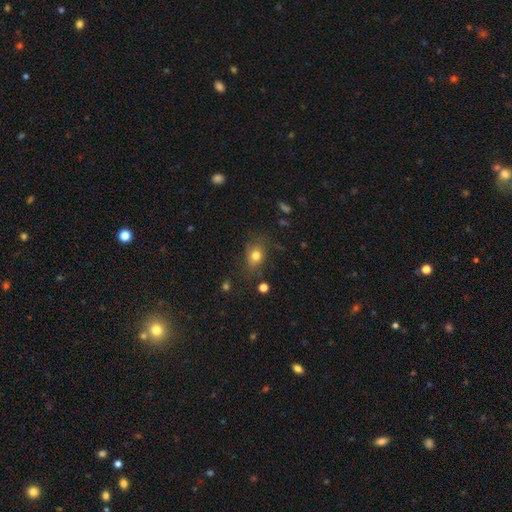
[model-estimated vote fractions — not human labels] smooth-or-featured: smooth: 76% | star or artifact: 13% | featured or disk: 11%
  how-rounded: in between: 53% | round: 45% | cigar-shaped: 2%
  merging: none: 67% | minor disturbance: 22% | major disturbance: 8% | merger: 3%